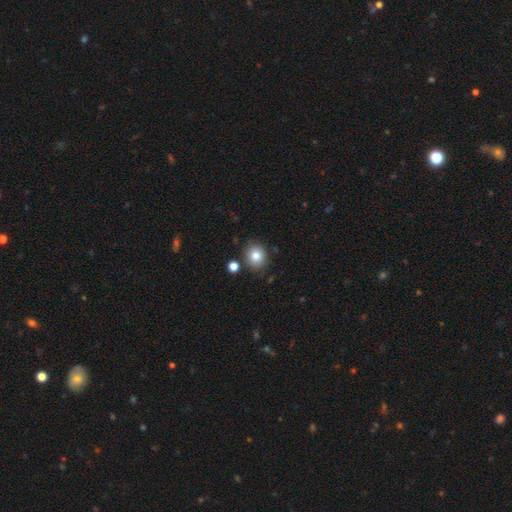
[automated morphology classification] Smooth or featured: smooth — 81% (star or artifact — 10%)
How rounded: round — 72% (in between — 27%)
Merging: none — 82% (minor disturbance — 10%)